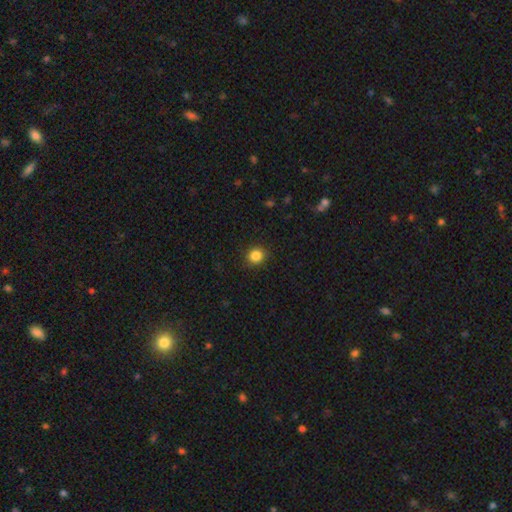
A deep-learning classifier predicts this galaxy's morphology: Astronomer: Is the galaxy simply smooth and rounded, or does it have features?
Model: smooth — 85%.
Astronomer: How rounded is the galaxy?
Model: round — 86%.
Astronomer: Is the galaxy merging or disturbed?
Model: none — 91%.